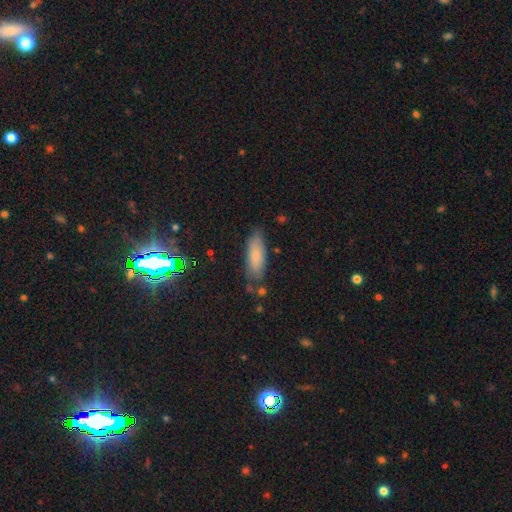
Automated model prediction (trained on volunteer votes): Overall: smooth (77%). How rounded: in between (59%; cigar-shaped 39%). Merging: none (73%).